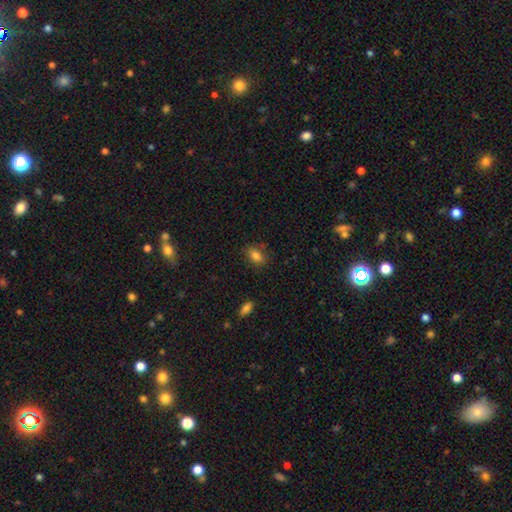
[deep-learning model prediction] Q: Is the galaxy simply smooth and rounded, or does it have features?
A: smooth — 83%.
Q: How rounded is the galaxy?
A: in between — 81%.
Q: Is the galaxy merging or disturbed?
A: none — 79%.